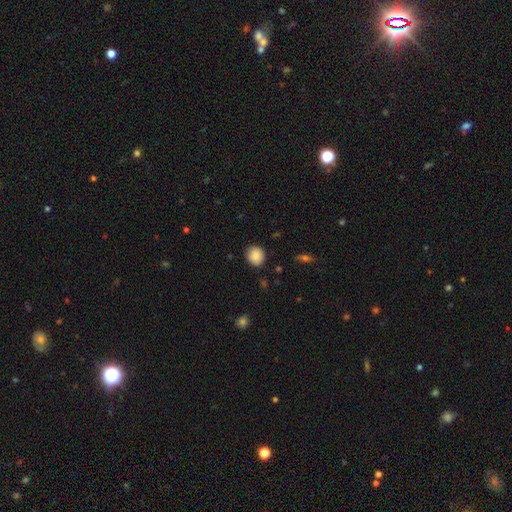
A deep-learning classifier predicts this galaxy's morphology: A smooth galaxy with no disk features (87%) that is round (81%). Merging: none (86%).